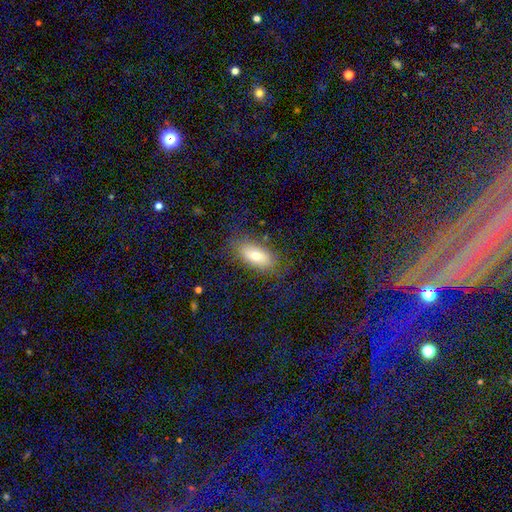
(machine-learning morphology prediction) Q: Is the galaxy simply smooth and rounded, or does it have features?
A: smooth — 72%.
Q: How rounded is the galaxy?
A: in between — 87%.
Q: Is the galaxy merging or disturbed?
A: none — 75%.